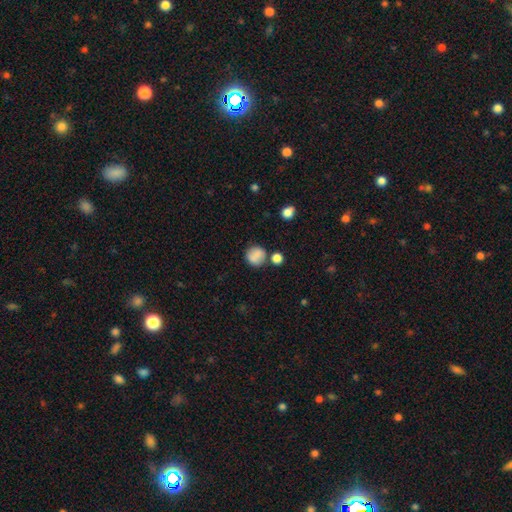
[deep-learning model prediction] smooth-or-featured: smooth: 81% | star or artifact: 10% | featured or disk: 9%
  how-rounded: round: 86% | in between: 13% | cigar-shaped: 1%
  merging: none: 66% | merger: 15% | minor disturbance: 14% | major disturbance: 5%